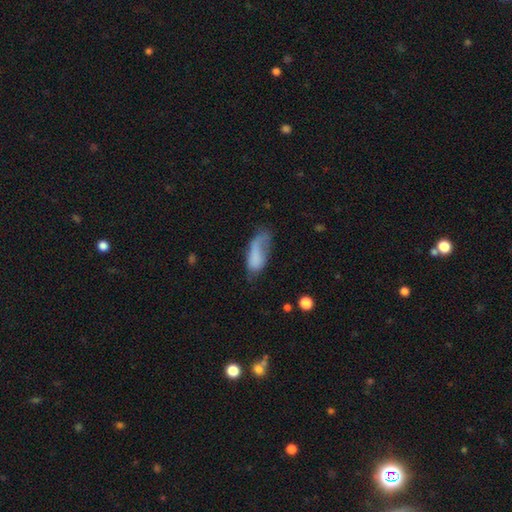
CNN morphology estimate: smooth_or_featured: smooth (p=0.68) [alt: featured or disk p=0.24]
how_rounded: in between (p=0.84) [alt: cigar-shaped p=0.14]
merging: major disturbance (p=0.36) [alt: none p=0.31]